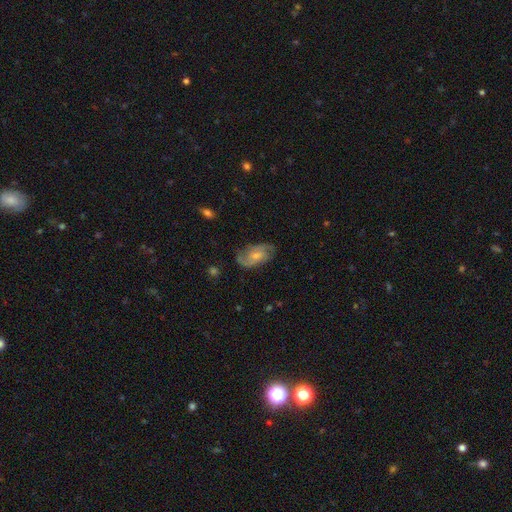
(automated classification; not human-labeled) Smooth or featured? featured or disk (72%)
Edge-on disk? no (96%)
Bar? no (49%)
Spiral arms? yes (92%)
Spiral winding? medium (48%)
Spiral arm count? 2 (72%)
Bulge size? small (50%)
Merging? none (70%)